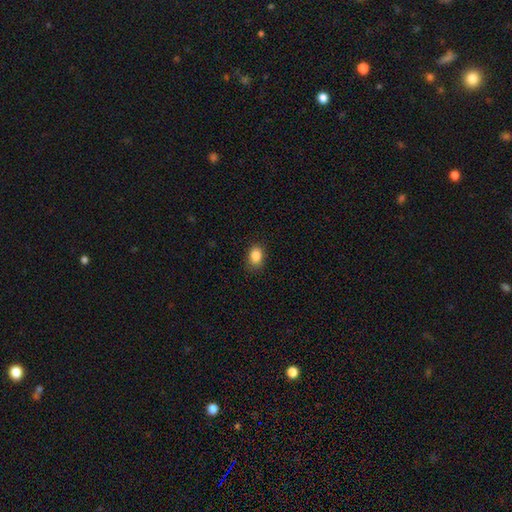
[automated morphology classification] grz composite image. It shows a smooth galaxy with no disk features (86%) that is in between round and cigar-shaped (65%). Merging: none (84%).